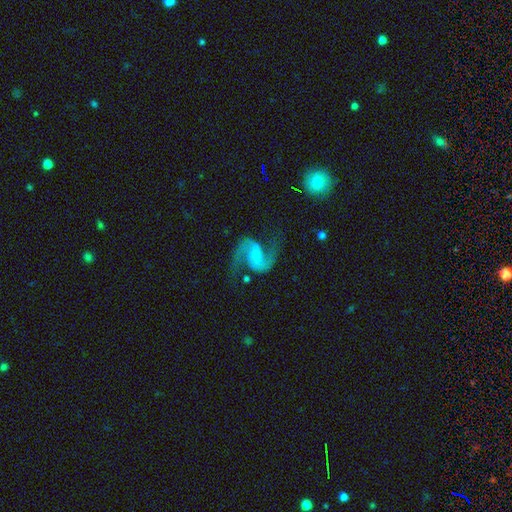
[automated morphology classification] Smooth or featured: featured or disk — 92% (star or artifact — 4%)
Edge-on disk: no — 98% (yes — 2%)
Bar: weak — 42% (no — 38%)
Spiral arms: yes — 98% (no — 2%)
Spiral winding: loose — 53% (medium — 40%)
Spiral arm count: 2 — 95% (1 — 1%)
Bulge size: small — 46% (none — 26%)
Merging: none — 76% (minor disturbance — 13%)